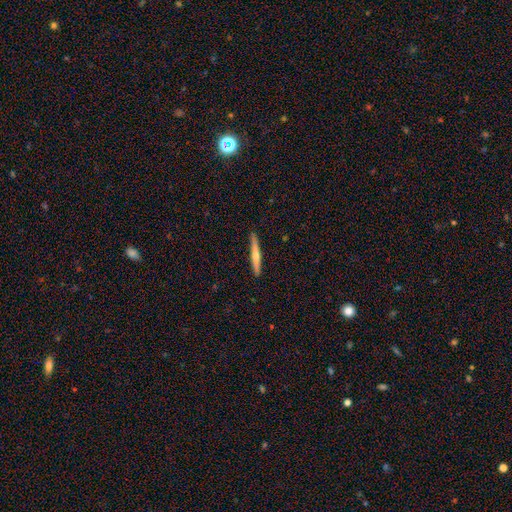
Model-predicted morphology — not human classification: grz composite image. It shows a featured or disk galaxy (52%) viewed edge-on (97%) with a rounded central bulge (75%). Merging: none (91%).